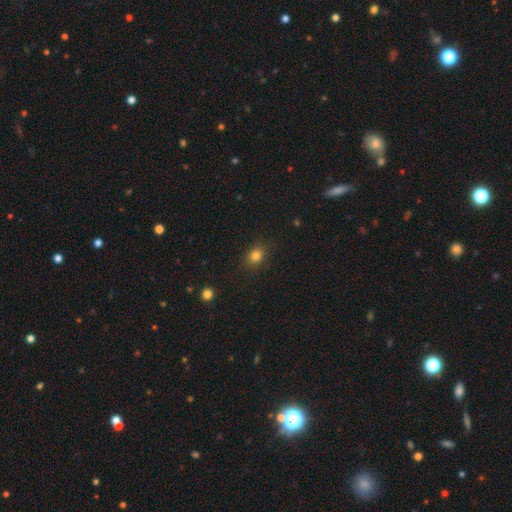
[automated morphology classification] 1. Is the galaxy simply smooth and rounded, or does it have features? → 82% smooth, 13% star or artifact, 6% featured or disk.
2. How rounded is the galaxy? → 56% round, 43% in between, 1% cigar-shaped.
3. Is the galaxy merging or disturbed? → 85% none, 11% minor disturbance, 3% major disturbance, 1% merger.